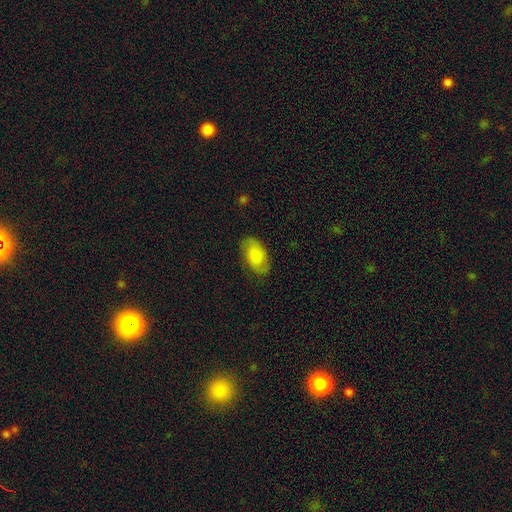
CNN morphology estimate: The model was most divided on "smooth or featured": smooth: 76%, featured or disk: 17%, star or artifact: 7%. More confident: how rounded — in between (94%); merging — none (80%).